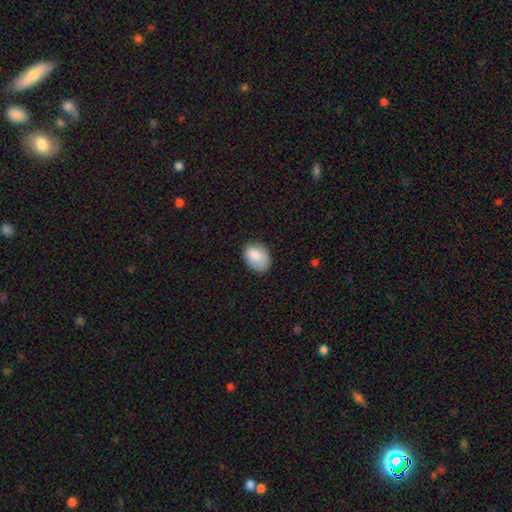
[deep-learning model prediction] Smooth or featured? Predicted: smooth (p=0.86). How rounded? Predicted: in between (p=0.80). Merging? Predicted: none (p=0.72).